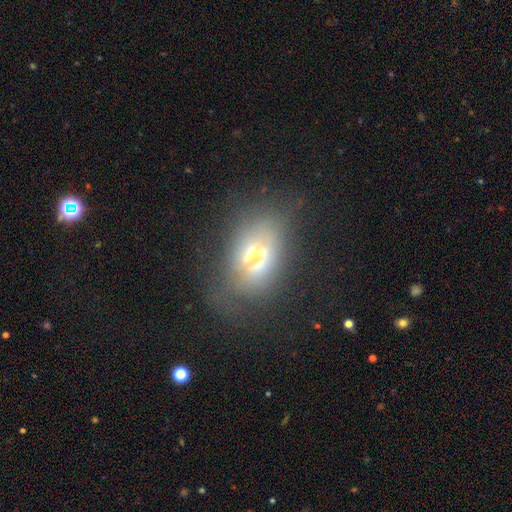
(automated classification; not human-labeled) Smooth or featured: featured or disk — 48% (smooth — 38%)
Merging: none — 37% (major disturbance — 22%)